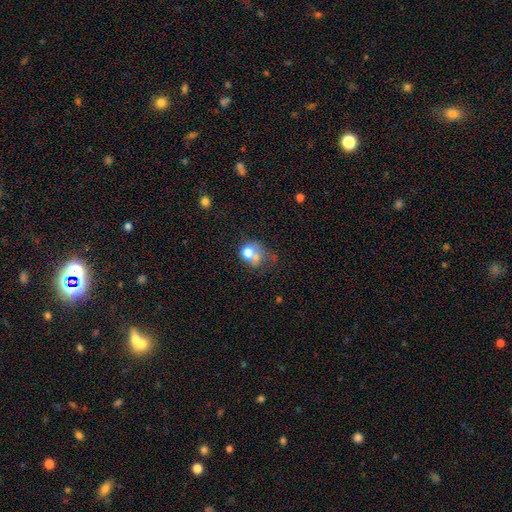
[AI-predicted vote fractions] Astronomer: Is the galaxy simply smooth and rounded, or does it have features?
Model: smooth — 62%.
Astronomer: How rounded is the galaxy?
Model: round — 67%.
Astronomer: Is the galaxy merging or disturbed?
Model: none — 34% (runner-up: merger, 25%).